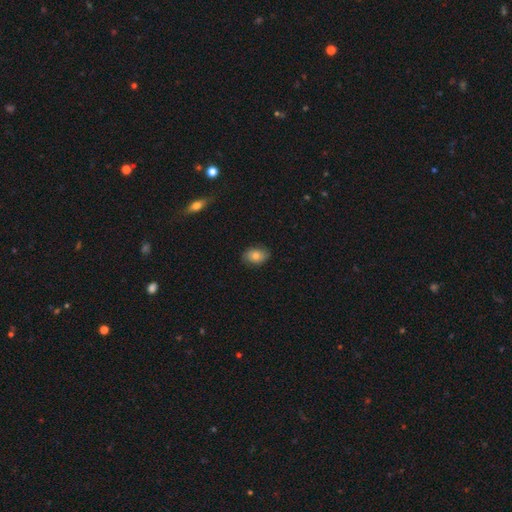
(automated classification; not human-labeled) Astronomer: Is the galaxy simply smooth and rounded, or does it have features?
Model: smooth — 69%.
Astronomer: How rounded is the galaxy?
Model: in between — 78%.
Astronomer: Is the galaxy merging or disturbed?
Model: none — 80%.